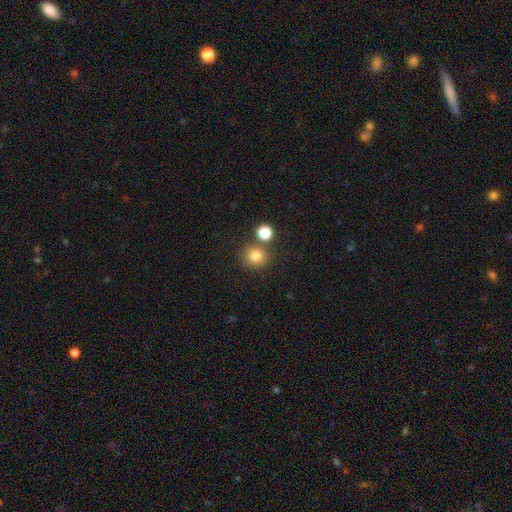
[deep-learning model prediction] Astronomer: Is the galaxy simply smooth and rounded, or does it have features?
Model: smooth — 82%.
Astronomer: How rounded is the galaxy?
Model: round — 88%.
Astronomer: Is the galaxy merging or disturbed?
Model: none — 73%.